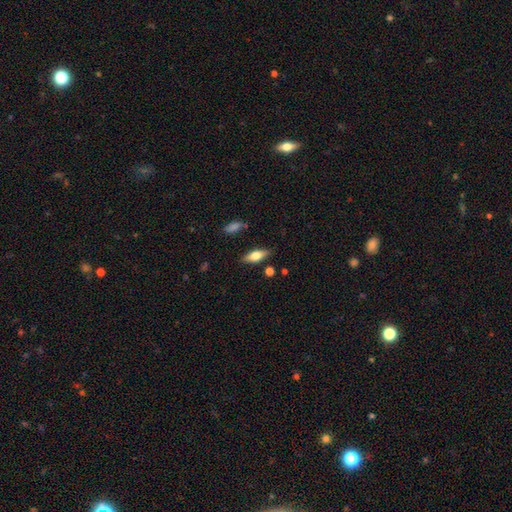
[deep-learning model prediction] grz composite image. It shows a smooth galaxy with no disk features (62%) that is in between round and cigar-shaped (67%). Merging: none (82%).